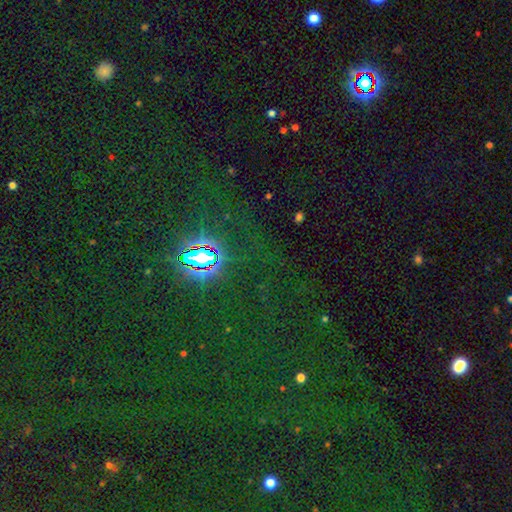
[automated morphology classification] A star or artifact, not a galaxy (82%).